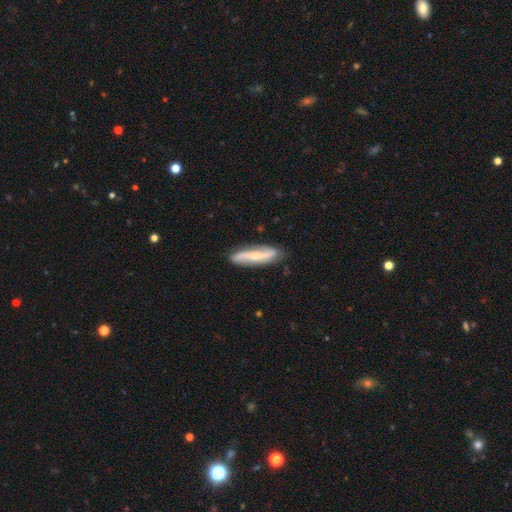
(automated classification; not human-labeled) smooth_or_featured: featured or disk (p=0.70) [alt: smooth p=0.25]
disk_edge_on: no (p=0.75) [alt: yes p=0.25]
bar: no (p=0.42) [alt: weak p=0.32]
has_spiral_arms: yes (p=0.92) [alt: no p=0.08]
bulge_size: small (p=0.59) [alt: moderate p=0.31]
merging: none (p=0.84) [alt: minor disturbance p=0.12]